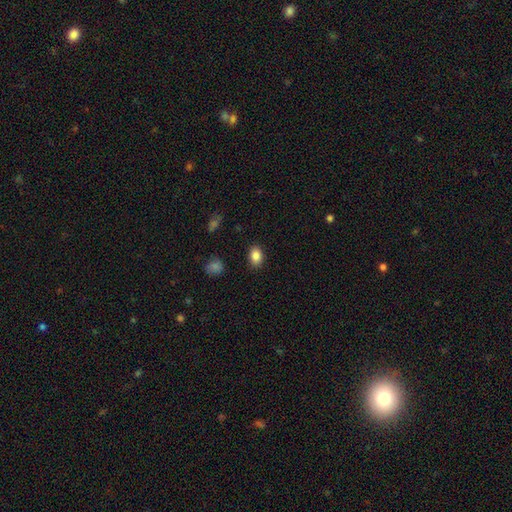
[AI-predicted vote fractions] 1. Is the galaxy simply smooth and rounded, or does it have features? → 85% smooth, 9% star or artifact, 6% featured or disk.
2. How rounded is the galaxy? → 79% in between, 20% round, 1% cigar-shaped.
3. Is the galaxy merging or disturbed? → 88% none, 8% minor disturbance, 2% major disturbance, 1% merger.